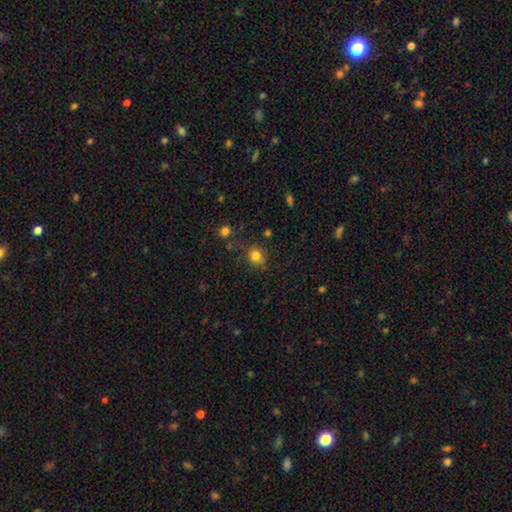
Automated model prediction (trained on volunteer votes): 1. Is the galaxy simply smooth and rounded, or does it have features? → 81% smooth, 13% star or artifact, 6% featured or disk.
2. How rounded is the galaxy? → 82% round, 17% in between, 1% cigar-shaped.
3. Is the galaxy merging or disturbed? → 76% none, 15% minor disturbance, 5% merger, 4% major disturbance.